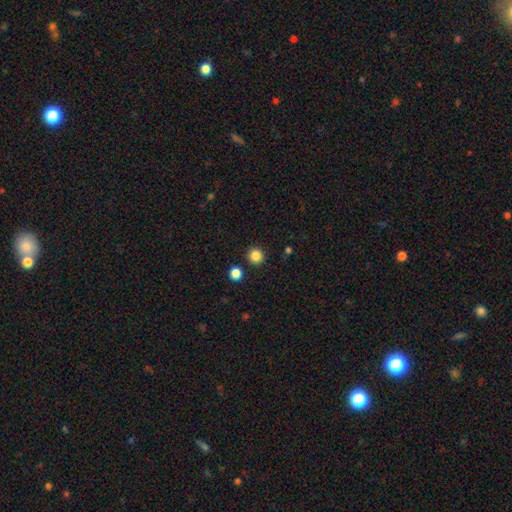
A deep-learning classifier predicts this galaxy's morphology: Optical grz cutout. It shows a smooth galaxy with no disk features (85%) that is round (95%). Merging: none (91%).